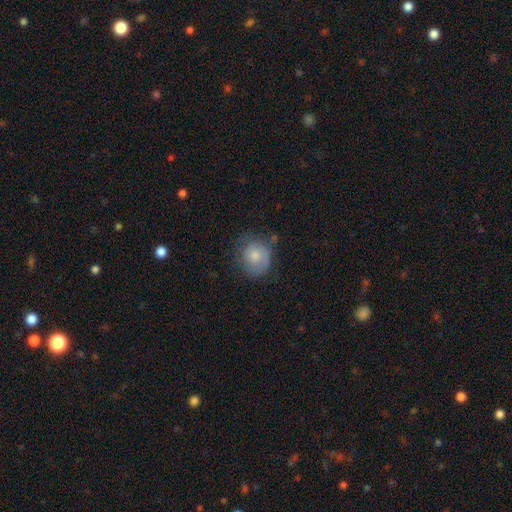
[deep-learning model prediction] A smooth galaxy with no disk features (68%) that is round (76%). Merging: none (57%).